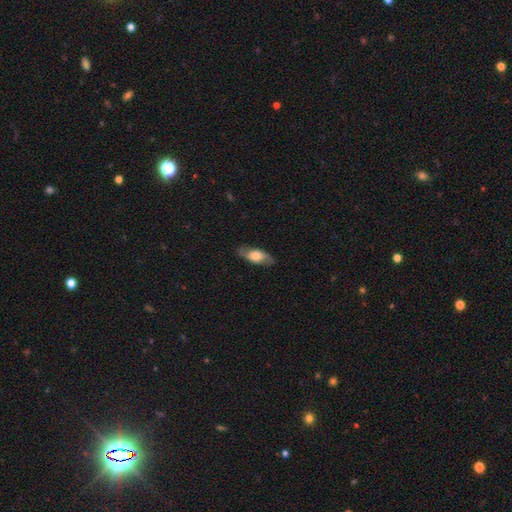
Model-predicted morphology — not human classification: Smooth or featured? featured or disk (50%)
Merging? none (83%)